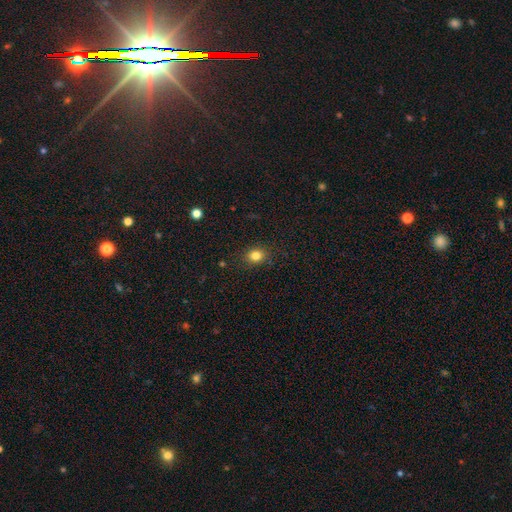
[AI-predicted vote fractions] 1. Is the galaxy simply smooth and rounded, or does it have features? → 83% smooth, 12% star or artifact, 6% featured or disk.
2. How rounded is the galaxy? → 58% round, 41% in between, 1% cigar-shaped.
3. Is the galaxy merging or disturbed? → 87% none, 9% minor disturbance, 3% major disturbance, 1% merger.